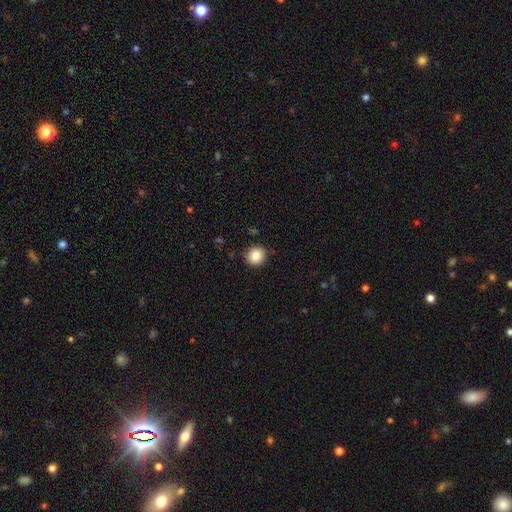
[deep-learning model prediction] Smooth or featured? Predicted: smooth (p=0.86). How rounded? Predicted: round (p=0.91). Merging? Predicted: none (p=0.88).